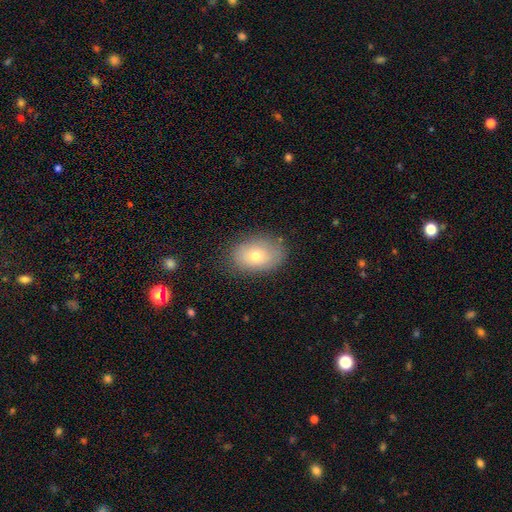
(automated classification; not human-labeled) This appears to be a smooth galaxy with no disk features (72%) that is in between round and cigar-shaped (82%). Merging: none (80%).